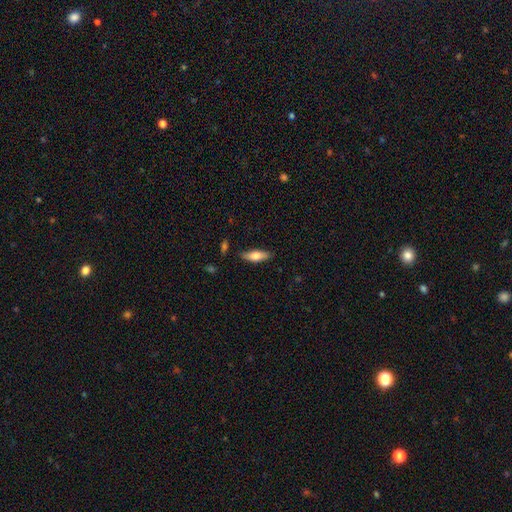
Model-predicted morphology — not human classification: Smooth or featured? Predicted: smooth (p=0.69). How rounded? Predicted: in between (p=0.60). Merging? Predicted: none (p=0.82).